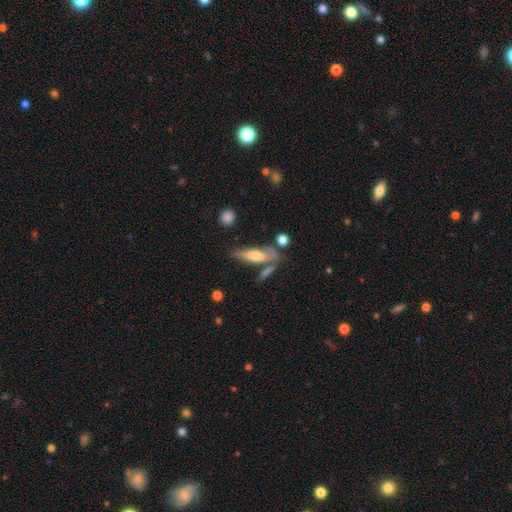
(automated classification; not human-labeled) A smooth galaxy with no disk features (53%) that is cigar-shaped (67%).

Vote fractions:
- Smooth or featured? smooth: 53% / featured or disk: 40% / star or artifact: 8%
- How rounded? cigar-shaped: 67% / in between: 30% / round: 2%
- Merging? none: 57% / minor disturbance: 18% / merger: 17% / major disturbance: 8%